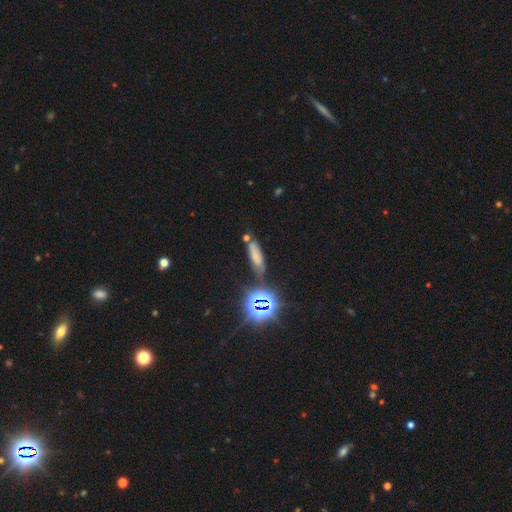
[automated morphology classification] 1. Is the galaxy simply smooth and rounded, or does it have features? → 54% smooth, 30% star or artifact, 15% featured or disk.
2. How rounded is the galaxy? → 55% cigar-shaped, 38% in between, 6% round.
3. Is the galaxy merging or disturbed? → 61% none, 18% minor disturbance, 14% merger, 7% major disturbance.